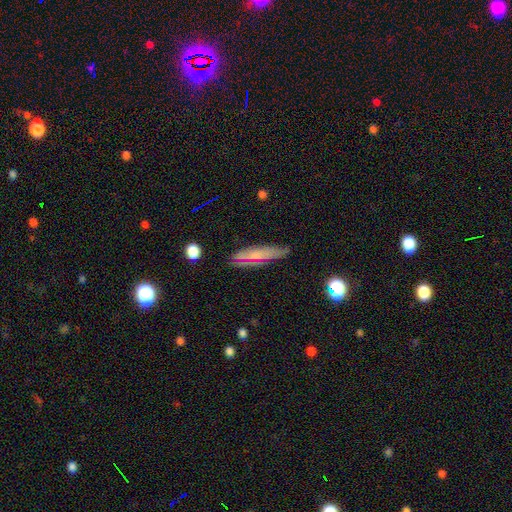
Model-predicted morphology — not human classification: Smooth or featured? smooth (52%)
How rounded? cigar-shaped (74%)
Merging? none (77%)